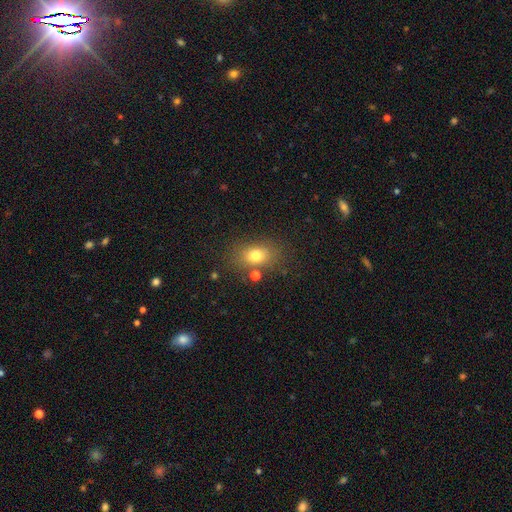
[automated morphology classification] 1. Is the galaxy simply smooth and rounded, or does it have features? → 75% smooth, 13% star or artifact, 12% featured or disk.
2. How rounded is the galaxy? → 69% in between, 29% round, 2% cigar-shaped.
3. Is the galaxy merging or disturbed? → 74% none, 14% minor disturbance, 7% merger, 5% major disturbance.